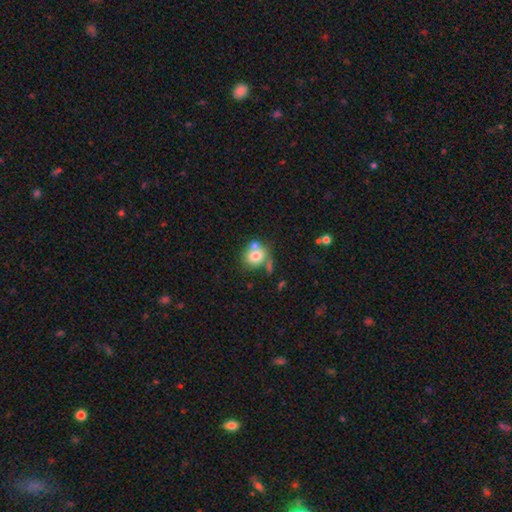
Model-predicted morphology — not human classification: Overall: smooth (74%). How rounded: round (74%). Merging: none (53%; merger 28%).